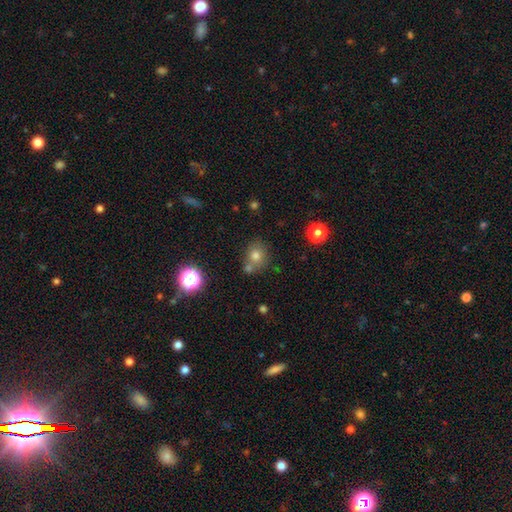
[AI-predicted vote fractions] Smooth or featured? smooth (74%)
How rounded? round (74%)
Merging? none (58%)